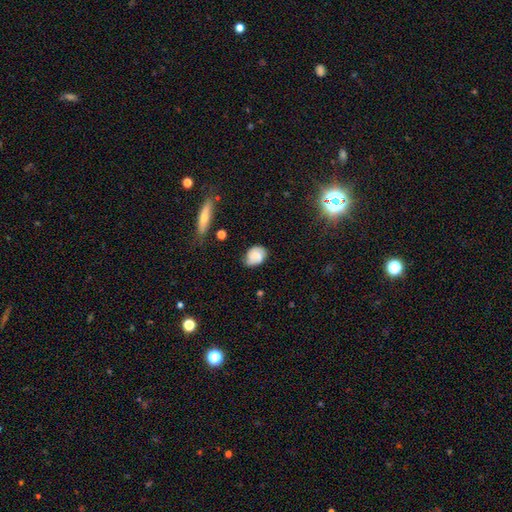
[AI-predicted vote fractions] The model was most divided on "how rounded": in between: 59%, round: 39%, cigar-shaped: 2%. More confident: merging — none (68%); smooth or featured — smooth (59%).